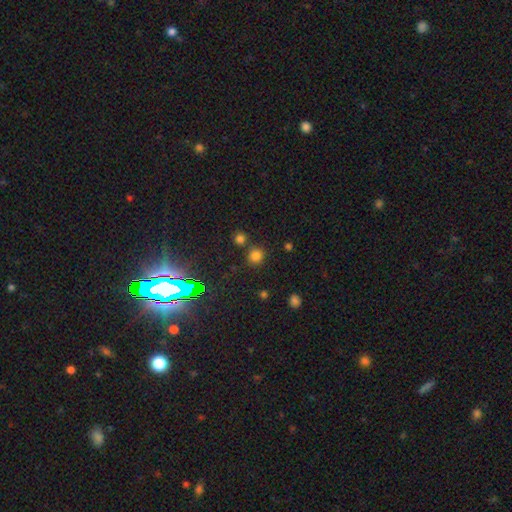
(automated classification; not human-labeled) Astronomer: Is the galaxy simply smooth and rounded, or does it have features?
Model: smooth — 71%.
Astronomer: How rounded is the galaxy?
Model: round — 90%.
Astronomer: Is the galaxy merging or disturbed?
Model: none — 78%.